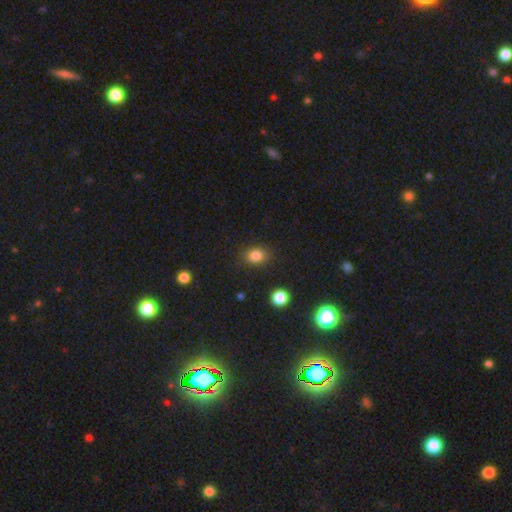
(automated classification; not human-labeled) smooth_or_featured: smooth (p=0.83) [alt: star or artifact p=0.12]
how_rounded: round (p=0.50) [alt: in between p=0.49]
merging: none (p=0.84) [alt: minor disturbance p=0.11]